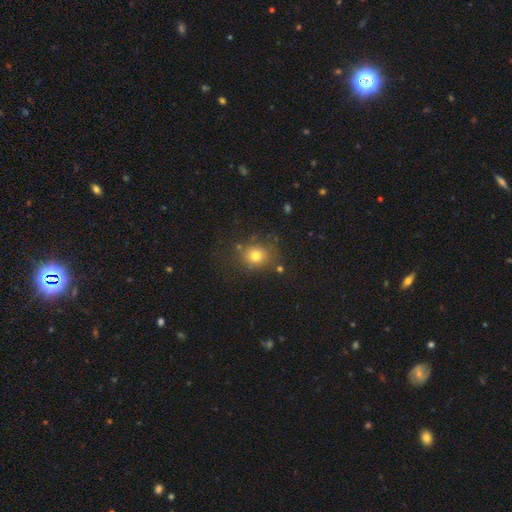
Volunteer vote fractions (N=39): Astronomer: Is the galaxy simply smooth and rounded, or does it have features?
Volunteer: smooth — 79%.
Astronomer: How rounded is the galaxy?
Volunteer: round — 74%.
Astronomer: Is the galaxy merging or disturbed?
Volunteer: none — 83%.